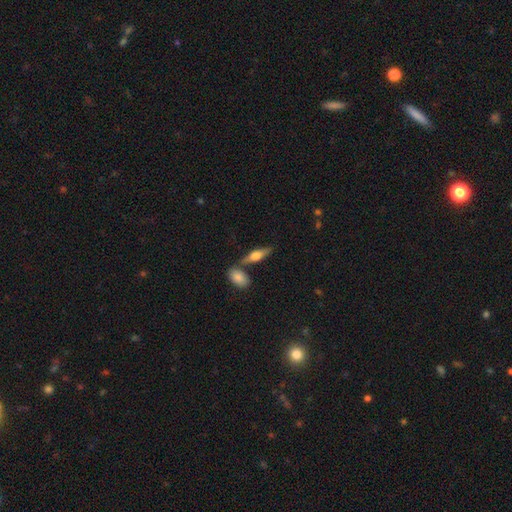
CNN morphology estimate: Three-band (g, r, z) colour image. It shows a smooth galaxy with no disk features (47%). Merging: none (71%).